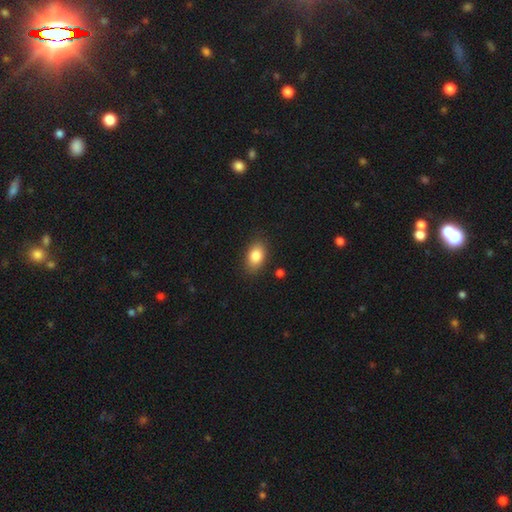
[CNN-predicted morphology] The model was most divided on "merging": none: 85%, minor disturbance: 11%, major disturbance: 3%, merger: 2%. More confident: how rounded — in between (87%); smooth or featured — smooth (85%).